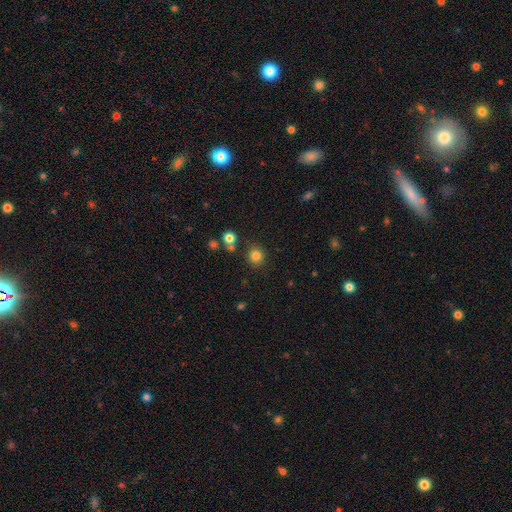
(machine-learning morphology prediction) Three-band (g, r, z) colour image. It shows a smooth galaxy with no disk features (81%) that is round (90%). Merging: none (84%).